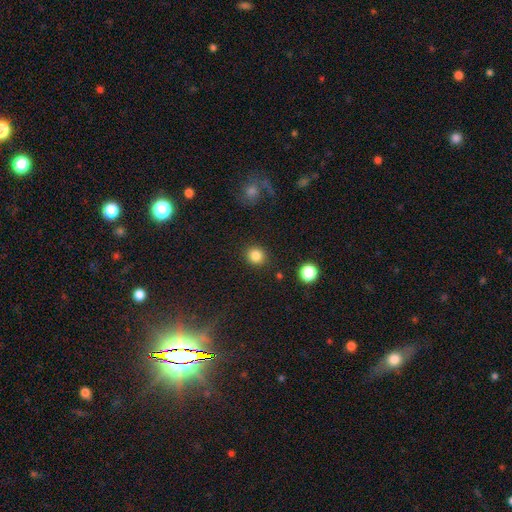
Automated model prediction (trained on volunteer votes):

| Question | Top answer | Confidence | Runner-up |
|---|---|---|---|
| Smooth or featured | smooth | 84% | star or artifact (11%) |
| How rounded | round | 87% | in between (12%) |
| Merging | none | 89% | minor disturbance (7%) |